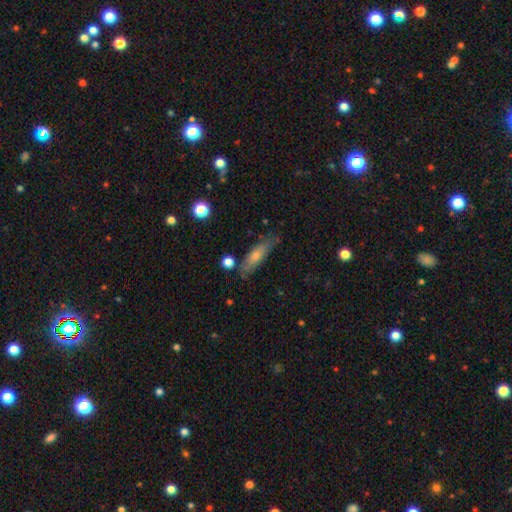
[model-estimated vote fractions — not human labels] Smooth or featured? smooth (58%)
How rounded? cigar-shaped (59%)
Merging? none (72%)